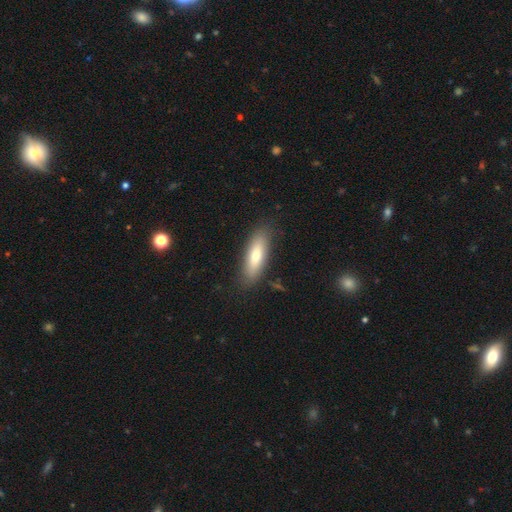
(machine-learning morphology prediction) The model was most divided on "how rounded": in between: 52%, cigar-shaped: 46%, round: 2%. More confident: merging — none (84%); smooth or featured — smooth (71%).